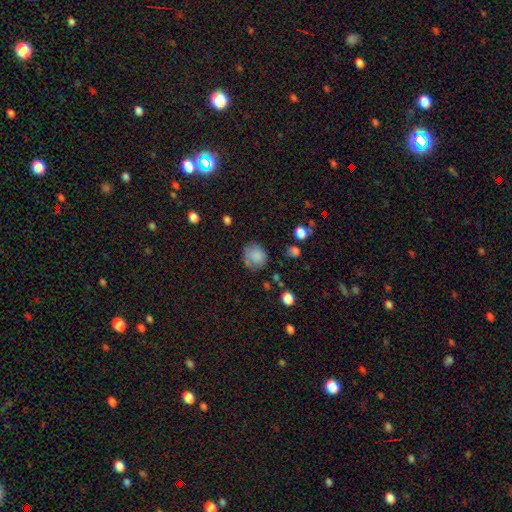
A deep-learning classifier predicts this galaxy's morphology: This appears to be a smooth galaxy with no disk features (77%) that is round (74%). Merging: none (62%).